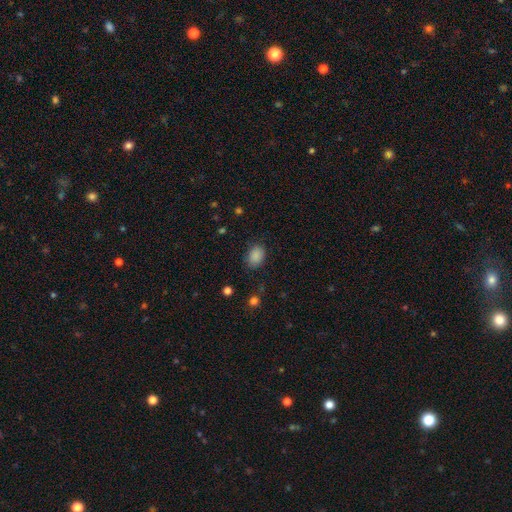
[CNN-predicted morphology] smooth_or_featured: smooth (p=0.87) [alt: star or artifact p=0.09]
how_rounded: in between (p=0.74) [alt: round p=0.25]
merging: none (p=0.82) [alt: minor disturbance p=0.13]